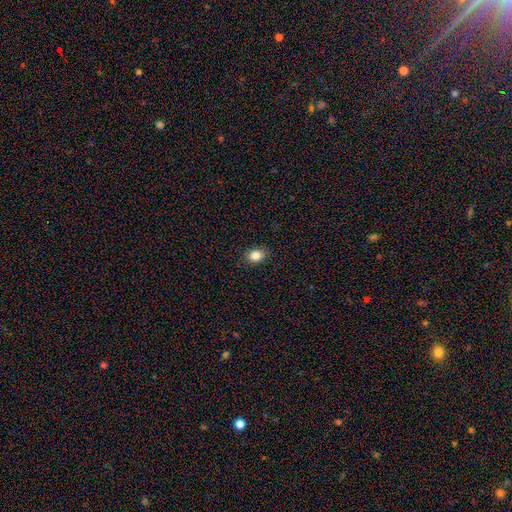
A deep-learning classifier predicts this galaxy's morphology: smooth 85%, star or artifact 10%, featured or disk 5%. Down the decision tree: how rounded — in between (58%); merging — none (90%).